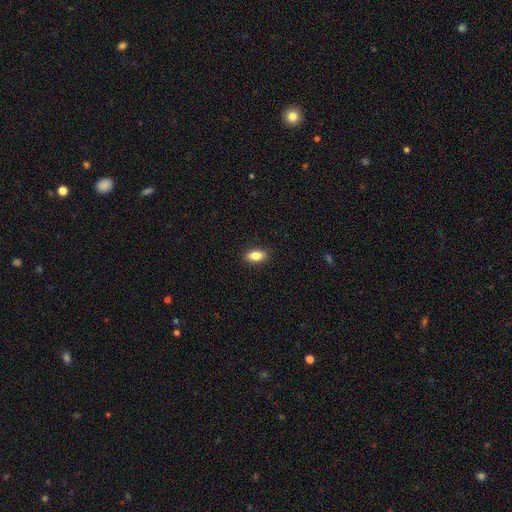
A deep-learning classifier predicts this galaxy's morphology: Smooth or featured: smooth — 84% (featured or disk — 9%)
How rounded: in between — 88% (round — 6%)
Merging: none — 89% (minor disturbance — 8%)